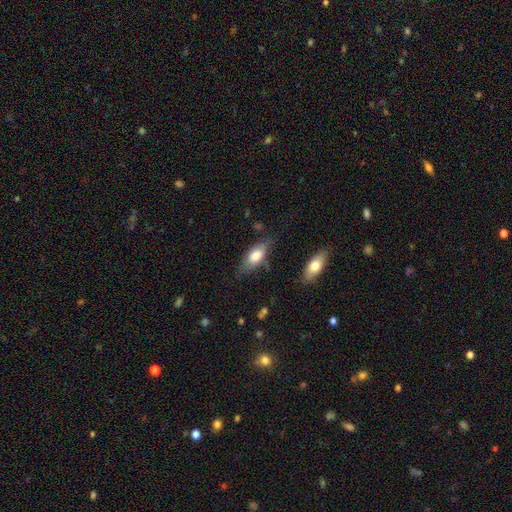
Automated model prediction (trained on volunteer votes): A smooth galaxy with no disk features (74%) that is in between round and cigar-shaped (84%). Merging: none (66%).